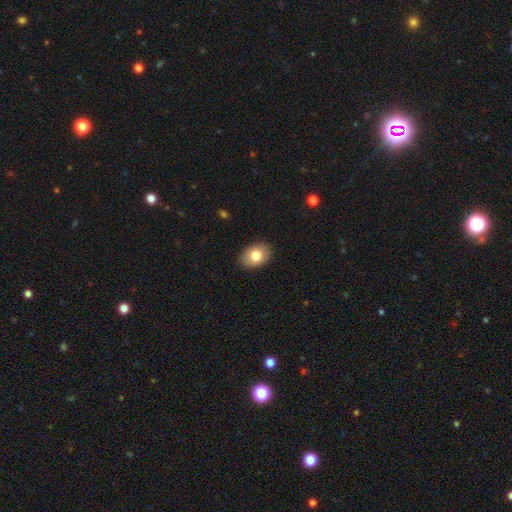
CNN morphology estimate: Smooth or featured? Predicted: smooth (p=0.81). How rounded? Predicted: in between (p=0.80). Merging? Predicted: none (p=0.89).